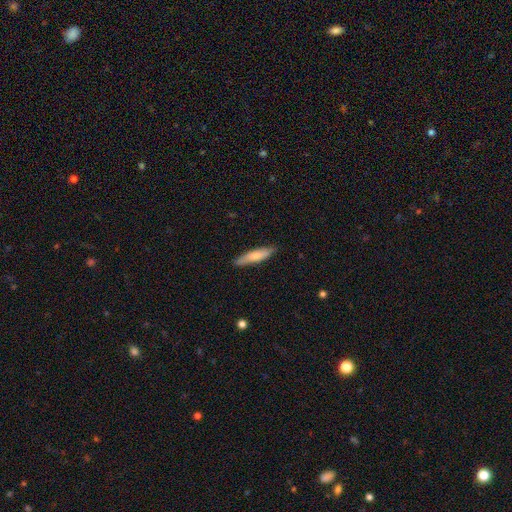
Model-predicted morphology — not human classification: Smooth or featured? smooth (70%)
How rounded? cigar-shaped (80%)
Merging? none (86%)